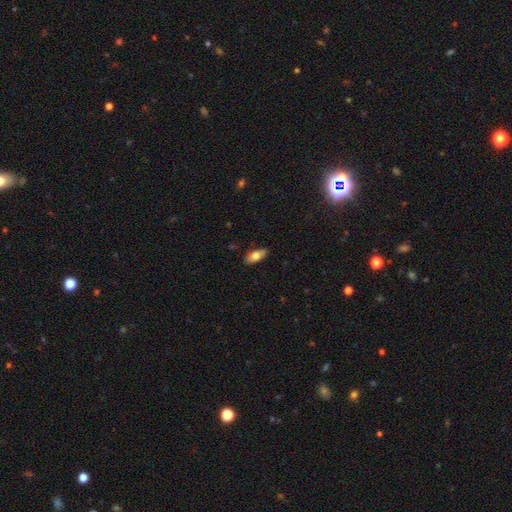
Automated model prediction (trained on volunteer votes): The model was most divided on "smooth or featured": smooth: 73%, featured or disk: 20%, star or artifact: 7%. More confident: merging — none (86%); how rounded — in between (83%).